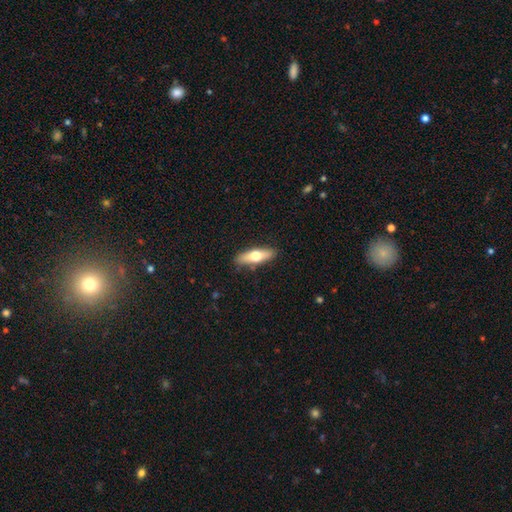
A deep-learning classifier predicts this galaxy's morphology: type=smooth (61%); roundness=cigar-shaped (50%); merging=none (87%).